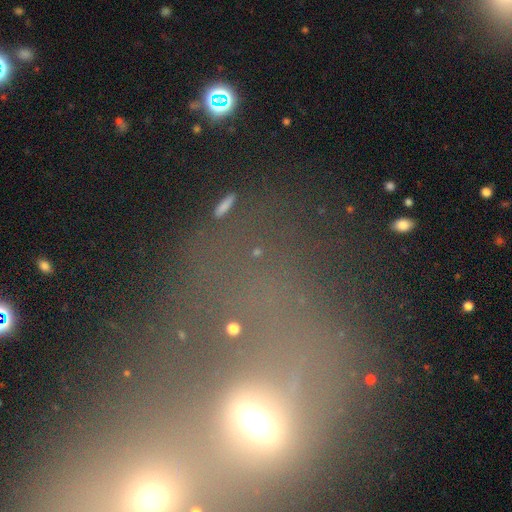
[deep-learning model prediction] Smooth or featured? Predicted: star or artifact (p=0.41).